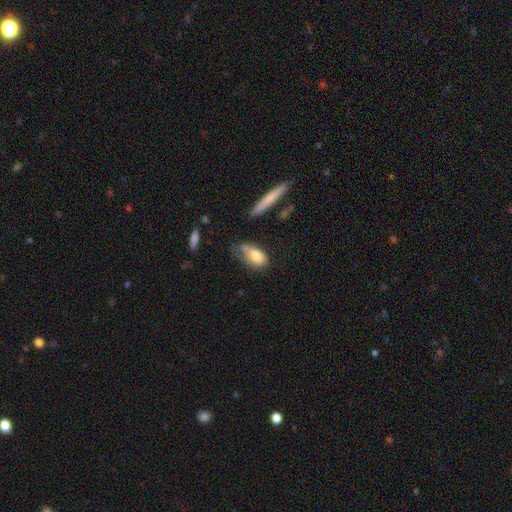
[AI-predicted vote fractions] A smooth galaxy with no disk features (74%) that is in between round and cigar-shaped (86%). Merging: minor disturbance (34%).